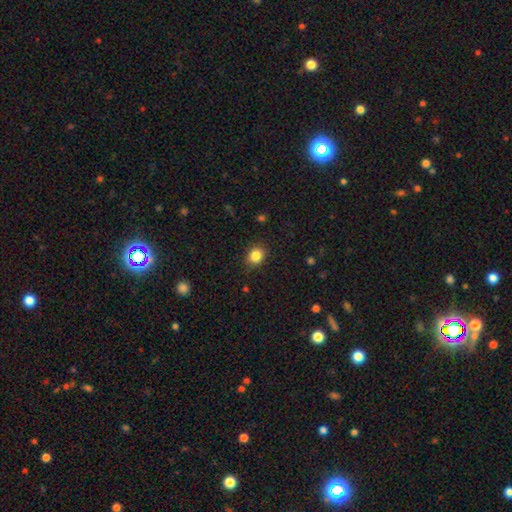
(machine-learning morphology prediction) This is clearly a smooth galaxy (85%). How rounded: likely round (67%). Merging: clearly none (86%).